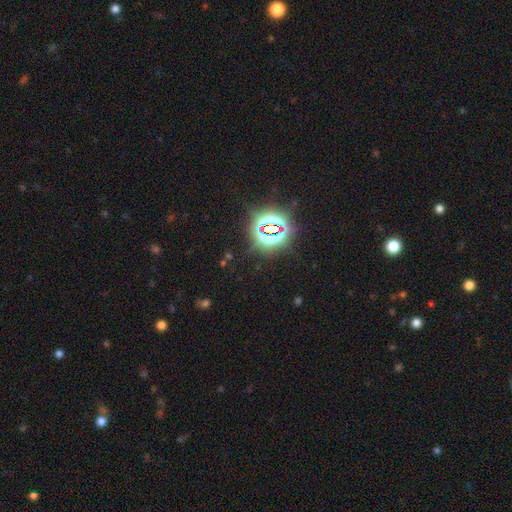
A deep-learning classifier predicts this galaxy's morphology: smooth-or-featured: star or artifact: 84% | smooth: 11% | featured or disk: 6%